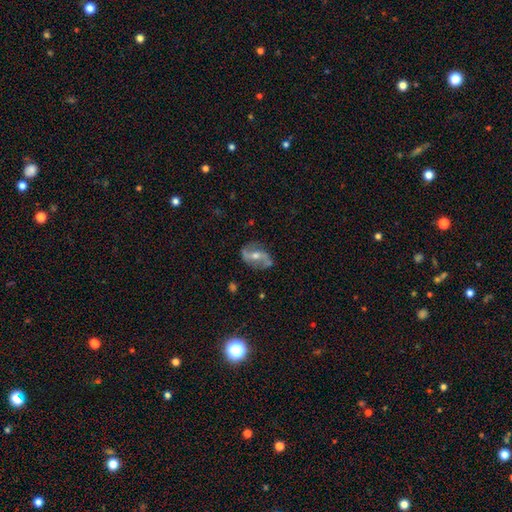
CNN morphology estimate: Smooth or featured? featured or disk (81%)
Edge-on disk? no (95%)
Bar? strong (35%)
Spiral arms? yes (90%)
Spiral winding? loose (50%)
Spiral arm count? 2 (90%)
Bulge size? moderate (64%)
Merging? none (77%)